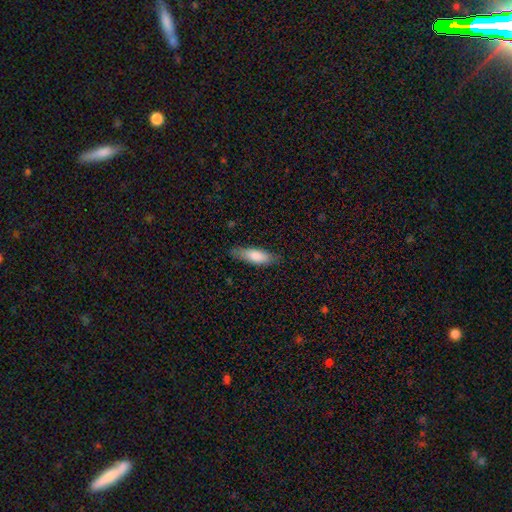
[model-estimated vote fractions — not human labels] smooth_or_featured: smooth (p=0.81) [alt: featured or disk p=0.14]
how_rounded: in between (p=0.56) [alt: cigar-shaped p=0.42]
merging: none (p=0.81) [alt: minor disturbance p=0.15]